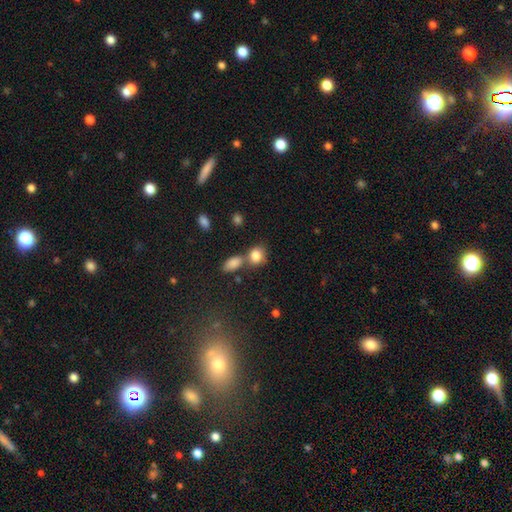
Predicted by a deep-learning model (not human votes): smooth 83%, star or artifact 10%, featured or disk 8%. Down the decision tree: how rounded — round (50%); merging — none (47%).